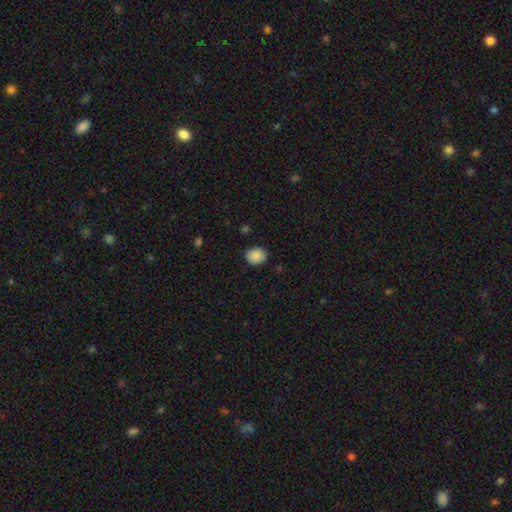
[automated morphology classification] Q: Smooth or featured?
A: smooth (89%); runner-up: star or artifact (8%)
Q: How rounded?
A: round (56%); runner-up: in between (43%)
Q: Merging?
A: none (85%); runner-up: minor disturbance (12%)